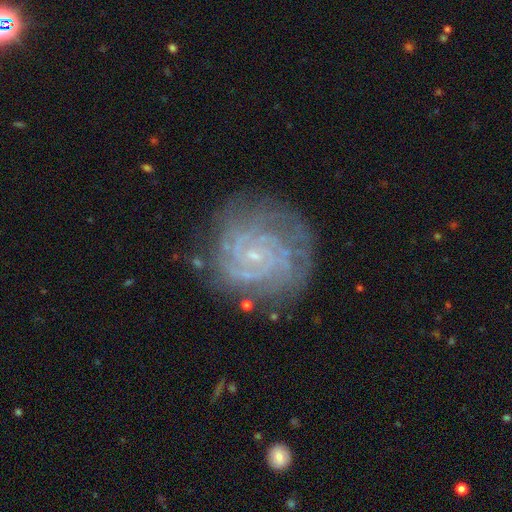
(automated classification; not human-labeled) Smooth or featured? Predicted: featured or disk (p=0.88). Edge-on disk? Predicted: no (p=0.98). Bar? Predicted: no (p=0.66). Spiral arms? Predicted: yes (p=0.98). Spiral winding? Predicted: tight (p=0.80). Spiral arm count? Predicted: can't tell (p=0.22). Bulge size? Predicted: small (p=0.86). Merging? Predicted: none (p=0.77).